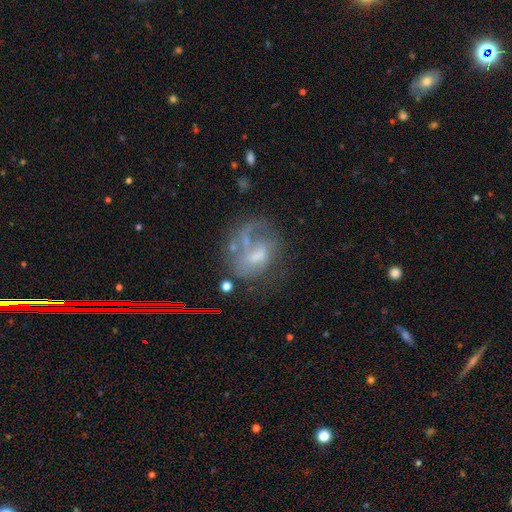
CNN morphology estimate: Smooth or featured: featured or disk — 60% (smooth — 28%)
Edge-on disk: no — 97% (yes — 3%)
Bar: no — 55% (weak — 36%)
Spiral arms: yes — 58% (no — 42%)
Bulge size: none — 33% (moderate — 31%)
Merging: none — 38% (major disturbance — 35%)